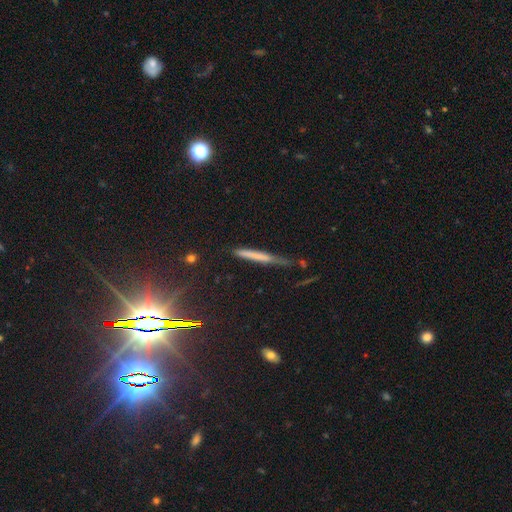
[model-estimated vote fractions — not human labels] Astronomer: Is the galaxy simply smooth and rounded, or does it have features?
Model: smooth — 56%.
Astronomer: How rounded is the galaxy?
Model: cigar-shaped — 94%.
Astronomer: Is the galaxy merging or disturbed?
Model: none — 63%.